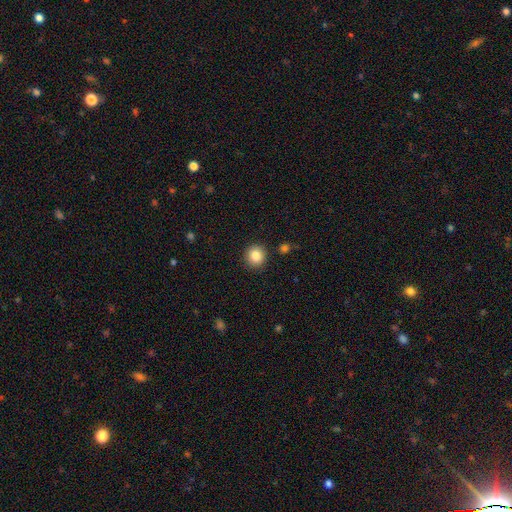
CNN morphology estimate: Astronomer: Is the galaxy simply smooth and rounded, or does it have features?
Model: smooth — 85%.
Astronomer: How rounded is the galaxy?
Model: round — 90%.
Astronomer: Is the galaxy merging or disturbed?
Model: none — 90%.